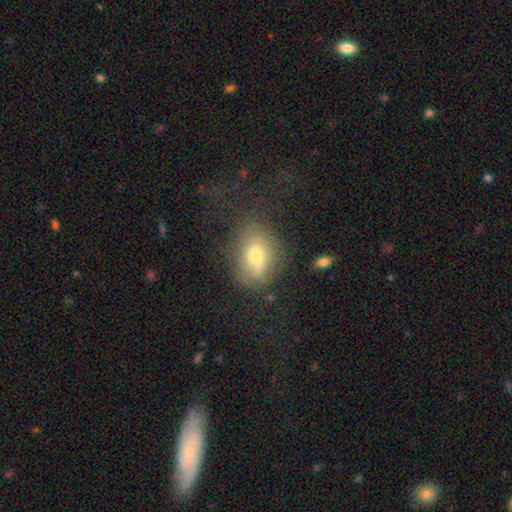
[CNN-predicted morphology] smooth-or-featured: smooth: 59% | featured or disk: 31% | star or artifact: 11%
  how-rounded: in between: 68% | round: 30% | cigar-shaped: 2%
  merging: none: 51% | minor disturbance: 26% | major disturbance: 20% | merger: 3%